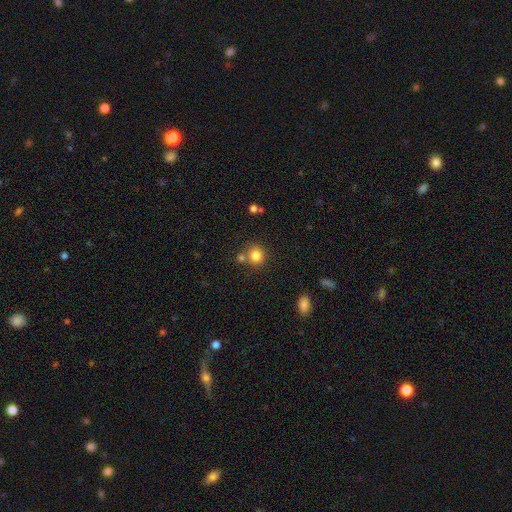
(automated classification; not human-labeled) A smooth galaxy with no disk features (82%) that is round (89%). Merging: none (69%).